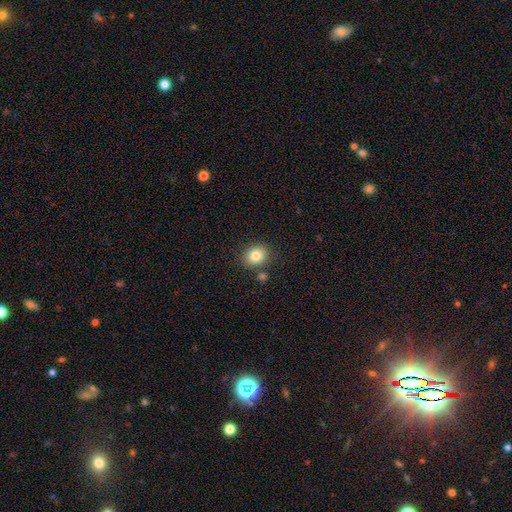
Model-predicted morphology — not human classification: smooth 82%, star or artifact 10%, featured or disk 8%. Down the decision tree: how rounded — round (65%); merging — none (82%).